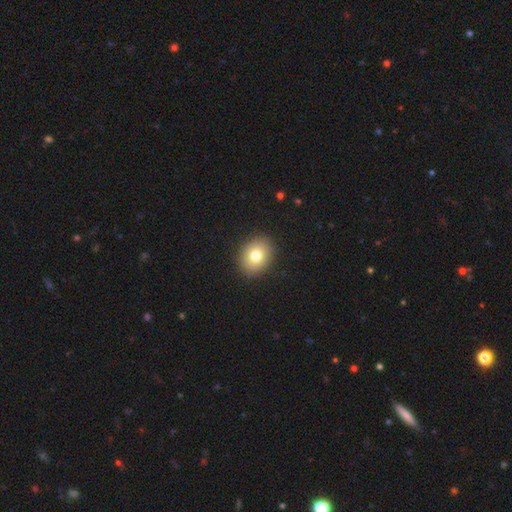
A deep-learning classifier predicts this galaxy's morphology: Smooth or featured: smooth — 78% (featured or disk — 12%)
How rounded: in between — 54% (round — 45%)
Merging: none — 90% (minor disturbance — 7%)